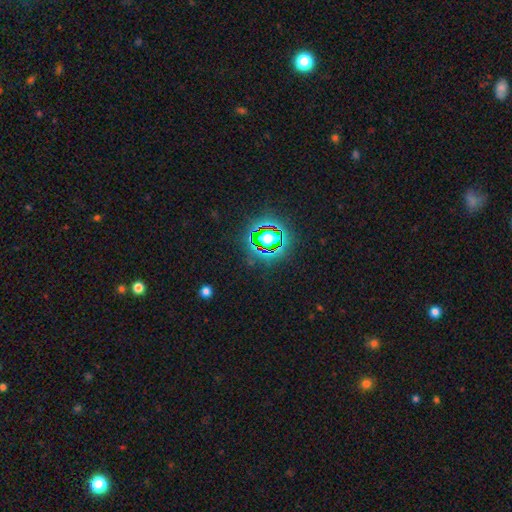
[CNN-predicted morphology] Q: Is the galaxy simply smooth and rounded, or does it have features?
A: star or artifact — 80%.